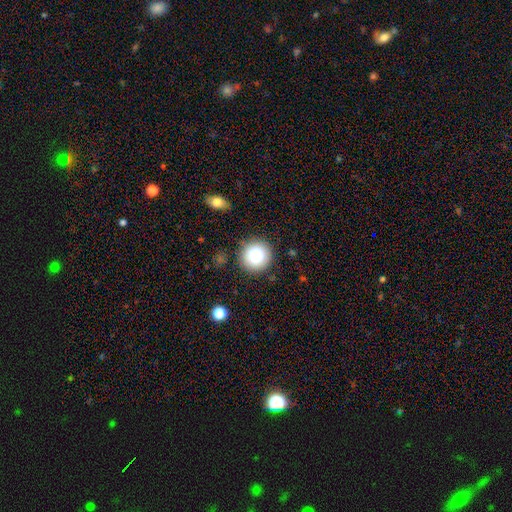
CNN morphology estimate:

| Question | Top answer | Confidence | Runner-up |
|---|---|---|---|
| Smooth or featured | smooth | 86% | star or artifact (9%) |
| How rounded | round | 94% | in between (5%) |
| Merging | none | 88% | minor disturbance (8%) |